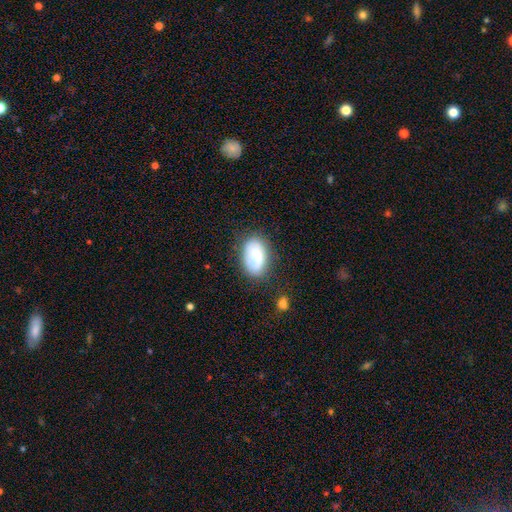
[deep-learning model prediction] Morphology: type=smooth (61%); roundness=in between (88%); merging=none (57%).